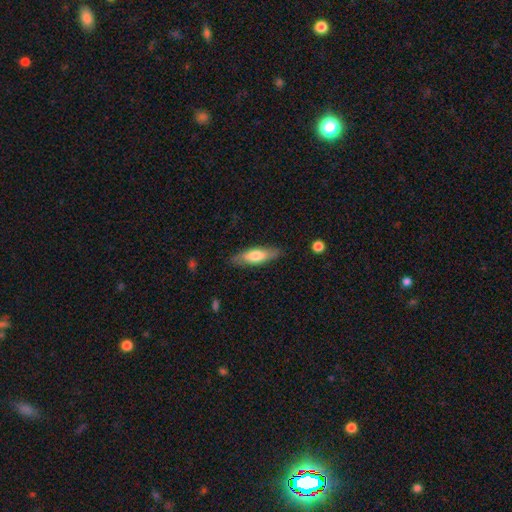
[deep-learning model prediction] Smooth or featured? Predicted: smooth (p=0.63). How rounded? Predicted: cigar-shaped (p=0.51). Merging? Predicted: none (p=0.83).